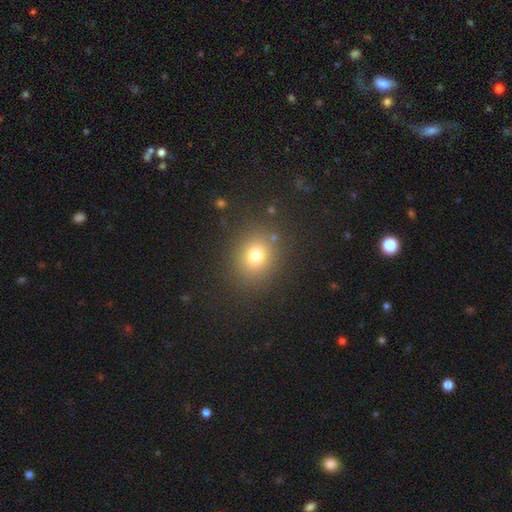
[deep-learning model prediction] smooth_or_featured: smooth (p=0.75) [alt: star or artifact p=0.16]
how_rounded: round (p=0.67) [alt: in between p=0.32]
merging: none (p=0.85) [alt: minor disturbance p=0.09]